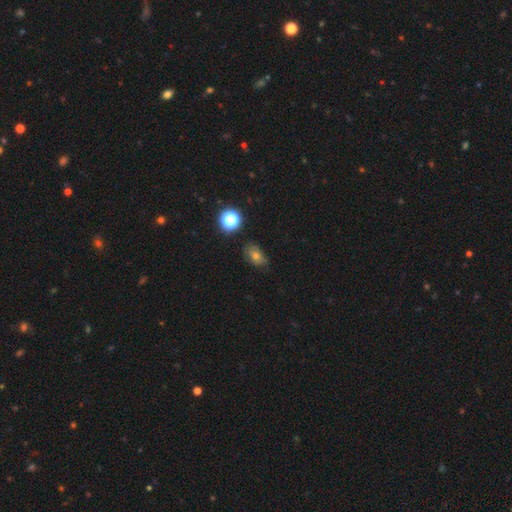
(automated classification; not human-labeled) A smooth galaxy with no disk features (64%) that is in between round and cigar-shaped (75%).

Vote fractions:
- Smooth or featured? smooth: 64% / star or artifact: 20% / featured or disk: 15%
- How rounded? in between: 75% / round: 23% / cigar-shaped: 2%
- Merging? none: 69% / minor disturbance: 24% / major disturbance: 5% / merger: 2%